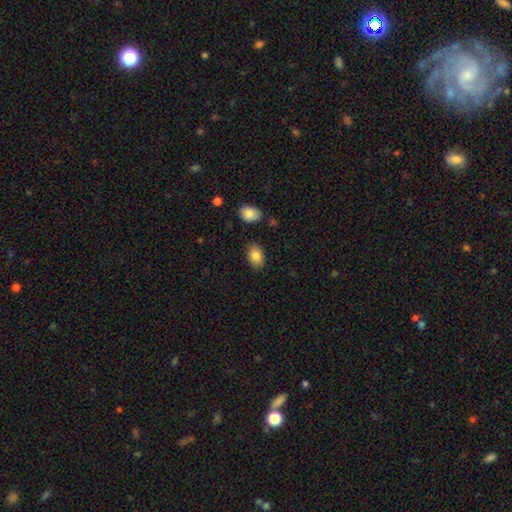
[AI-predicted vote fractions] Smooth or featured?
  - smooth: 84% *
  - featured or disk: 8%
  - star or artifact: 8%
How rounded?
  - in between: 82% *
  - round: 17%
  - cigar-shaped: 1%
Merging?
  - none: 84% *
  - minor disturbance: 11%
  - major disturbance: 3%
  - merger: 2%